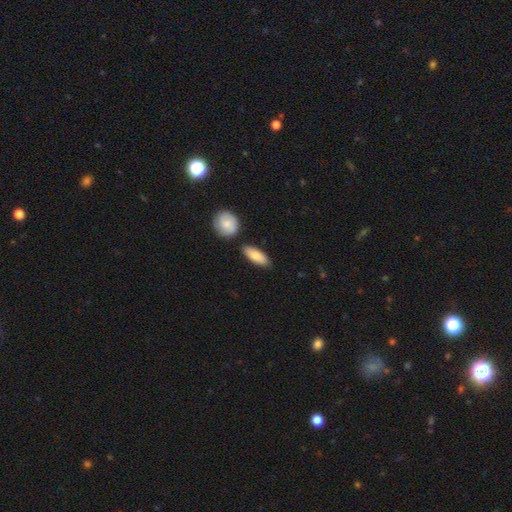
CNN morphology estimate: Overall: smooth (83%). How rounded: in between (78%). Merging: none (77%).